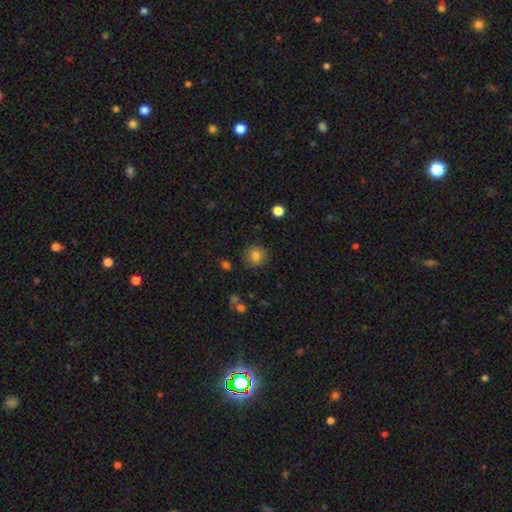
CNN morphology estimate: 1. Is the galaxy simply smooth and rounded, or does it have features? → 82% smooth, 11% star or artifact, 7% featured or disk.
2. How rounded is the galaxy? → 91% round, 8% in between, 1% cigar-shaped.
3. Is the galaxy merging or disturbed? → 87% none, 8% minor disturbance, 2% major disturbance, 2% merger.